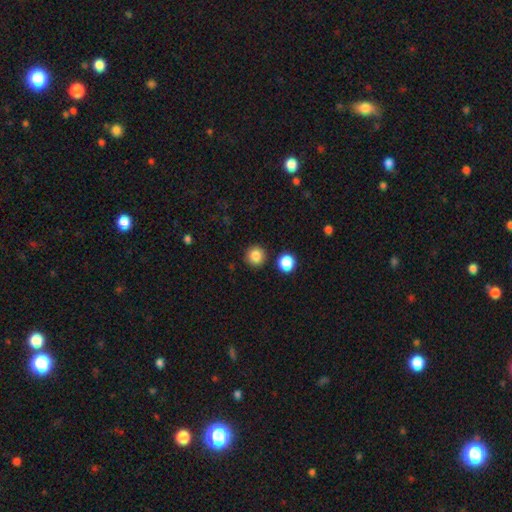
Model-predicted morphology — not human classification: Q: Smooth or featured?
A: smooth (86%); runner-up: star or artifact (10%)
Q: How rounded?
A: round (94%); runner-up: in between (5%)
Q: Merging?
A: none (89%); runner-up: minor disturbance (6%)